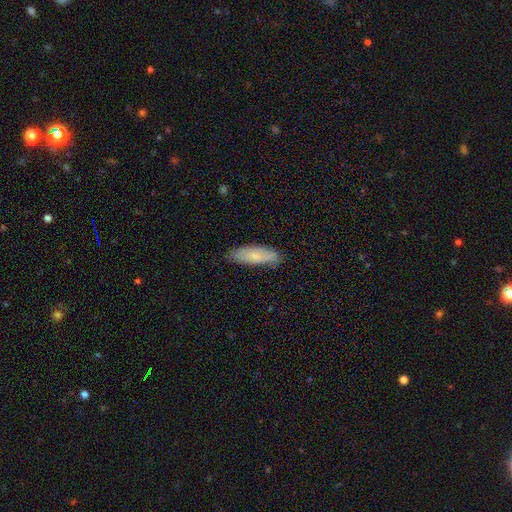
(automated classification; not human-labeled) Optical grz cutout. It shows a smooth galaxy with no disk features (73%) that is in between round and cigar-shaped (54%). Merging: none (78%).